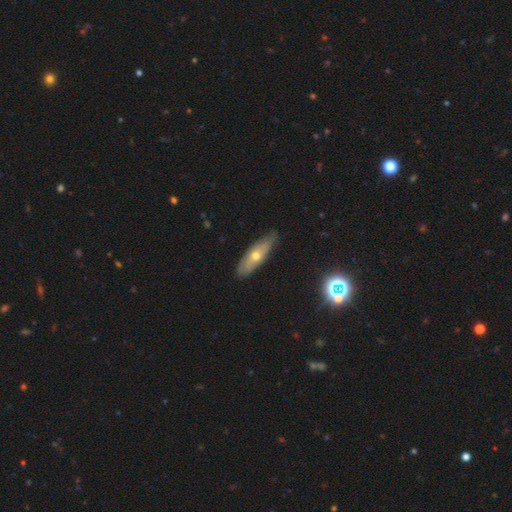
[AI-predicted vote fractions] smooth-or-featured: featured or disk: 47% | smooth: 45% | star or artifact: 8%
  merging: none: 78% | minor disturbance: 18% | major disturbance: 3% | merger: 1%